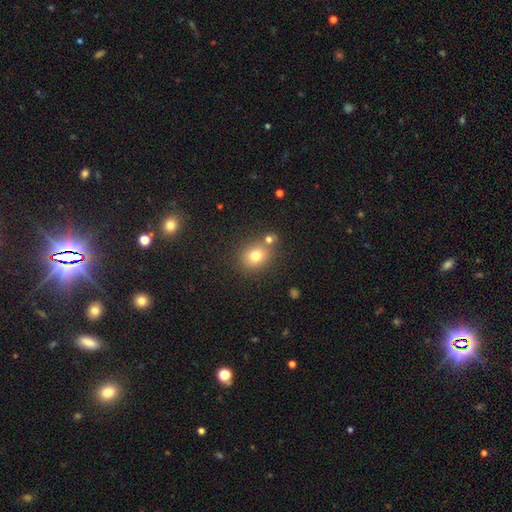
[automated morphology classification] This appears to be a smooth galaxy with no disk features (77%) that is round (67%). Merging: none (65%).